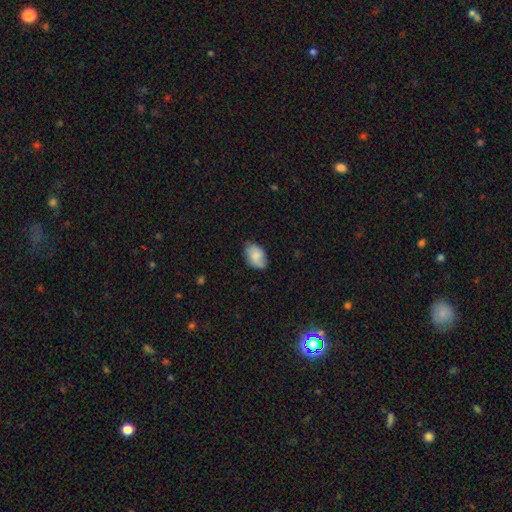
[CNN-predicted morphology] A smooth galaxy with no disk features (78%) that is in between round and cigar-shaped (86%).

Vote fractions:
- Smooth or featured? smooth: 78% / featured or disk: 15% / star or artifact: 7%
- How rounded? in between: 86% / round: 13% / cigar-shaped: 1%
- Merging? none: 71% / minor disturbance: 24% / major disturbance: 4% / merger: 1%